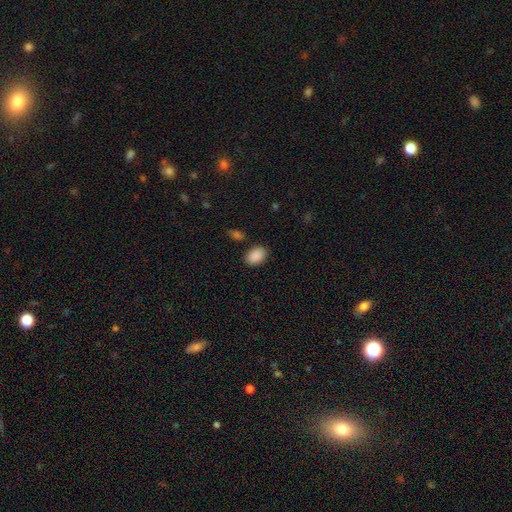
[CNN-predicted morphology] Smooth or featured?
  - smooth: 89% *
  - star or artifact: 7%
  - featured or disk: 3%
How rounded?
  - in between: 85% *
  - round: 14%
  - cigar-shaped: 1%
Merging?
  - none: 84% *
  - minor disturbance: 10%
  - major disturbance: 3%
  - merger: 3%